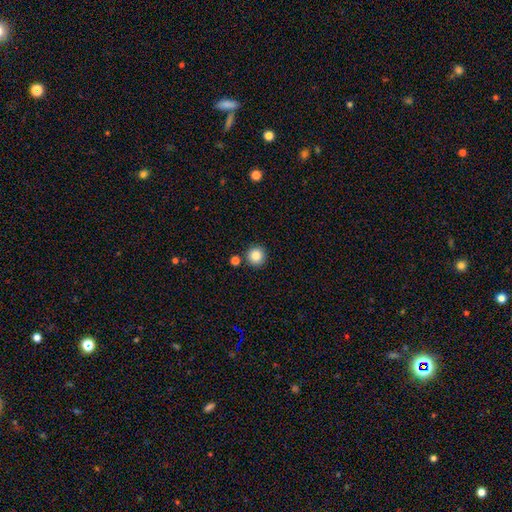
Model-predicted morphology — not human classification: Smooth or featured? Predicted: smooth (p=0.85). How rounded? Predicted: round (p=0.95). Merging? Predicted: none (p=0.85).